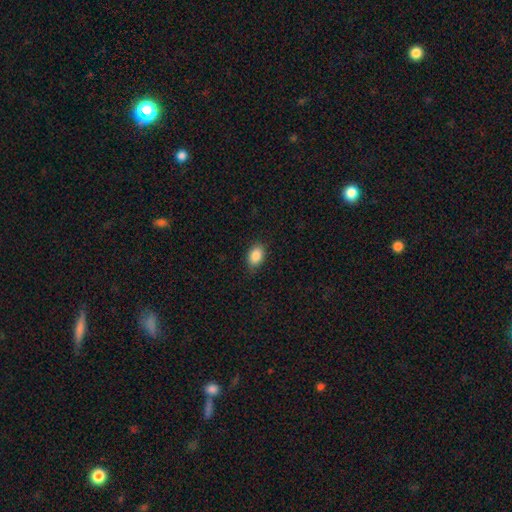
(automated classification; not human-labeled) A smooth galaxy with no disk features (87%) that is in between round and cigar-shaped (85%).

Vote fractions:
- Smooth or featured? smooth: 87% / star or artifact: 8% / featured or disk: 5%
- How rounded? in between: 85% / round: 13% / cigar-shaped: 1%
- Merging? none: 84% / minor disturbance: 12% / major disturbance: 3% / merger: 1%